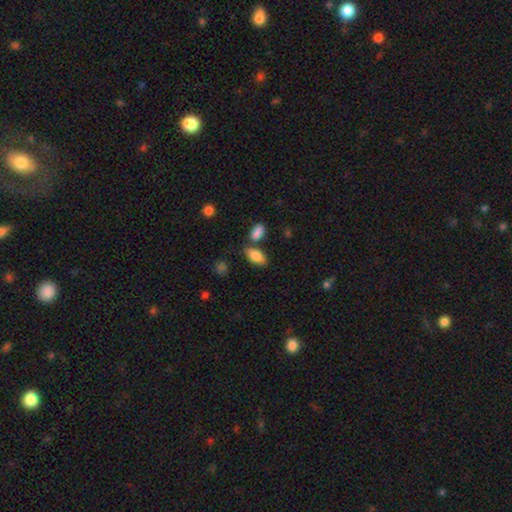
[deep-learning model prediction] Smooth or featured: smooth — 83% (featured or disk — 10%)
How rounded: in between — 90% (cigar-shaped — 6%)
Merging: none — 70% (merger — 14%)